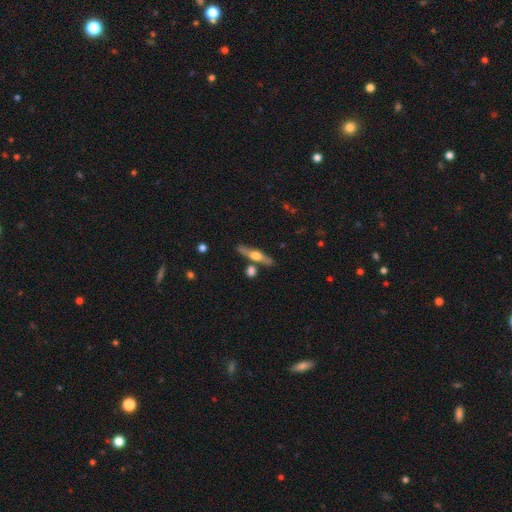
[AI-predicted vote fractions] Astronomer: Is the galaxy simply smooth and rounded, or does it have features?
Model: featured or disk — 62%.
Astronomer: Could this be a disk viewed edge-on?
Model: yes — 93%.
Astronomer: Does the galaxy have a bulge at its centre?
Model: rounded — 92%.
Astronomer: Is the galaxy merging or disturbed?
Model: none — 78%.